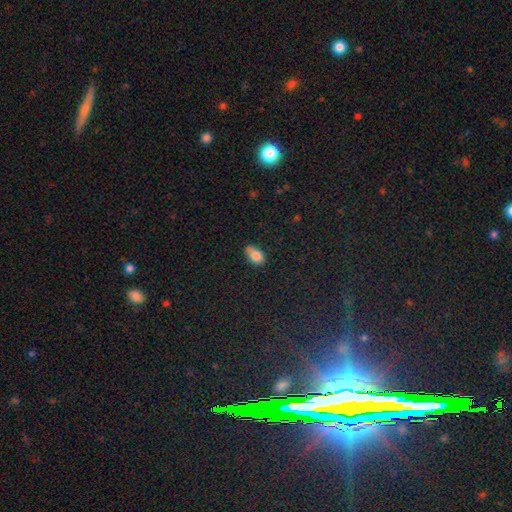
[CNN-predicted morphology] smooth_or_featured: smooth (p=0.82) [alt: star or artifact p=0.09]
how_rounded: in between (p=0.90) [alt: round p=0.08]
merging: none (p=0.59) [alt: minor disturbance p=0.31]